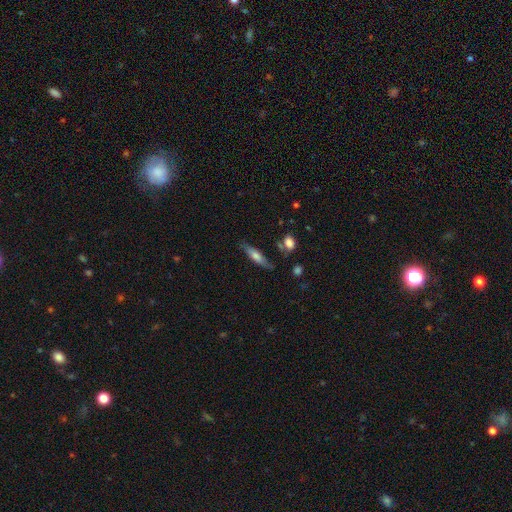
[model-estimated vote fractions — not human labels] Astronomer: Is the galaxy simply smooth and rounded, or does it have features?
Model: smooth — 55% (runner-up: featured or disk, 38%).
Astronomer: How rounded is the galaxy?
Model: cigar-shaped — 73%.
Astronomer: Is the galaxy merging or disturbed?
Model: none — 76%.